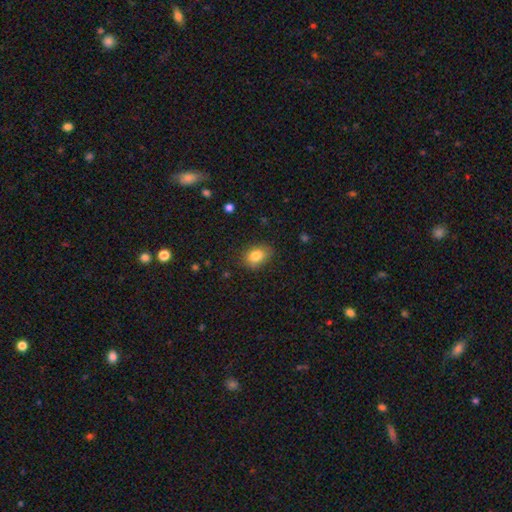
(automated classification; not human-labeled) The model was most divided on "how rounded": in between: 76%, round: 23%, cigar-shaped: 1%. More confident: smooth or featured — smooth (84%); merging — none (80%).